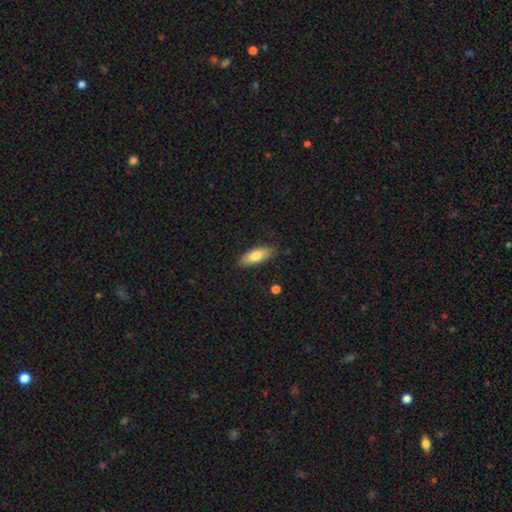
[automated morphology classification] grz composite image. It shows a smooth galaxy with no disk features (77%) that is in between round and cigar-shaped (74%). Merging: none (86%).